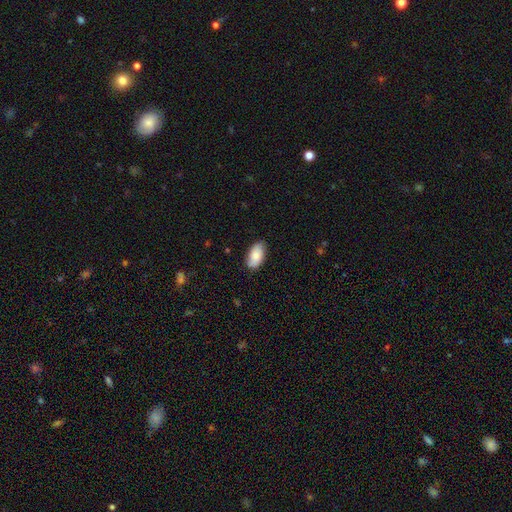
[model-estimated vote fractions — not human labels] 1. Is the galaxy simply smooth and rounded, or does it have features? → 83% smooth, 11% featured or disk, 6% star or artifact.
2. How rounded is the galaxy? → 95% in between, 3% cigar-shaped, 3% round.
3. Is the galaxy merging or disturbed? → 83% none, 14% minor disturbance, 2% major disturbance, 1% merger.